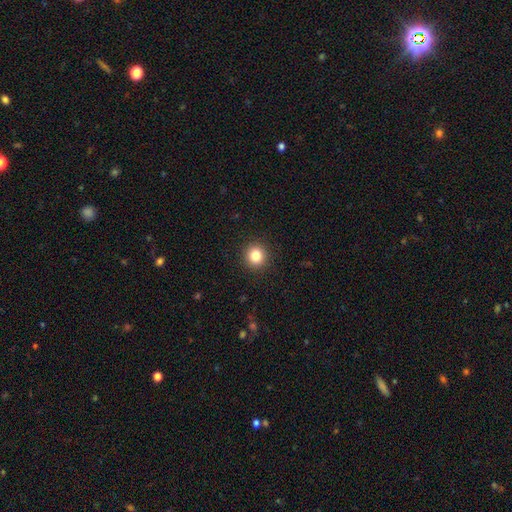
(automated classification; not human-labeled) A smooth galaxy with no disk features (83%) that is round (91%). Merging: none (92%).